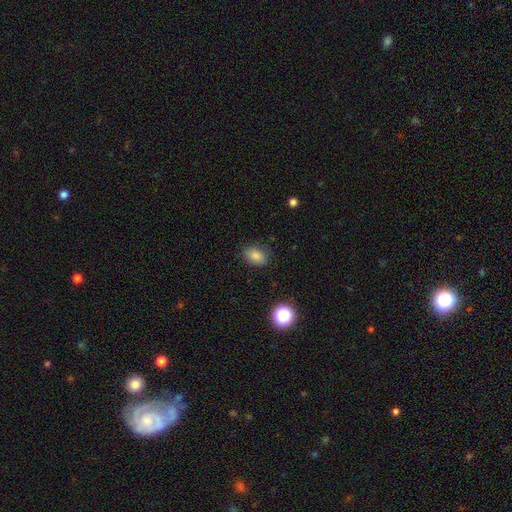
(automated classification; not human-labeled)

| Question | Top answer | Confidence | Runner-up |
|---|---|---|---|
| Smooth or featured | smooth | 85% | star or artifact (11%) |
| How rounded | in between | 78% | round (20%) |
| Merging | none | 85% | minor disturbance (11%) |